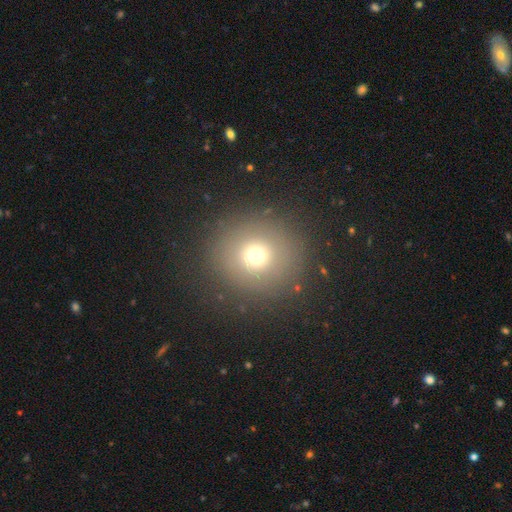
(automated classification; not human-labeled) This appears to be a smooth galaxy with no disk features (68%) that is round (91%). Merging: none (86%).